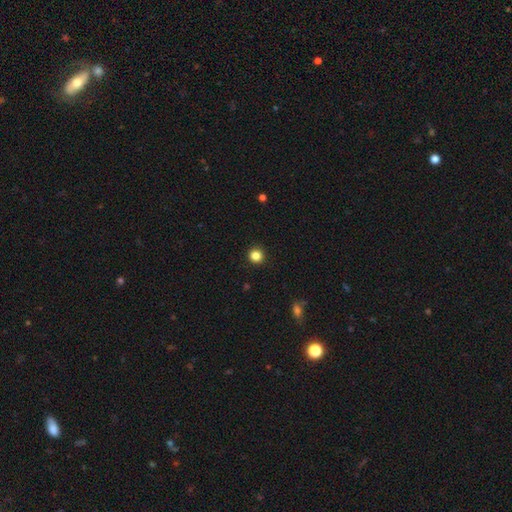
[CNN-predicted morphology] The model was most divided on "smooth or featured": smooth: 85%, star or artifact: 12%, featured or disk: 4%. More confident: how rounded — round (94%); merging — none (93%).